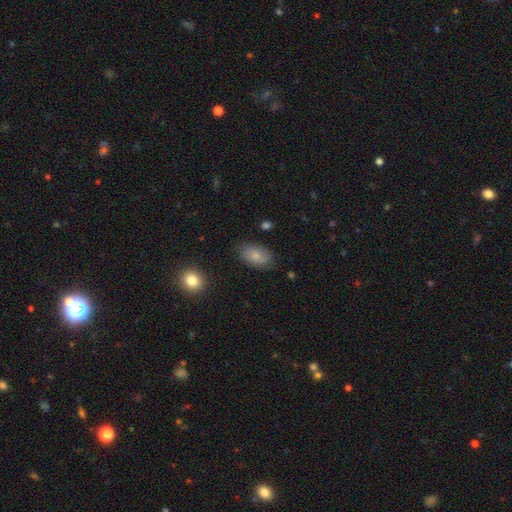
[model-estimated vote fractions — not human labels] A smooth galaxy with no disk features (74%) that is in between round and cigar-shaped (91%).

Vote fractions:
- Smooth or featured? smooth: 74% / featured or disk: 18% / star or artifact: 8%
- How rounded? in between: 91% / round: 7% / cigar-shaped: 2%
- Merging? none: 78% / minor disturbance: 16% / major disturbance: 4% / merger: 2%